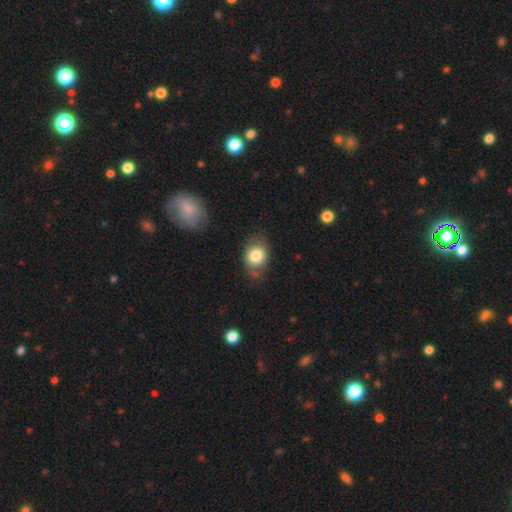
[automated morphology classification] This appears to be a smooth galaxy with no disk features (76%) that is in between round and cigar-shaped (57%). Merging: none (63%).